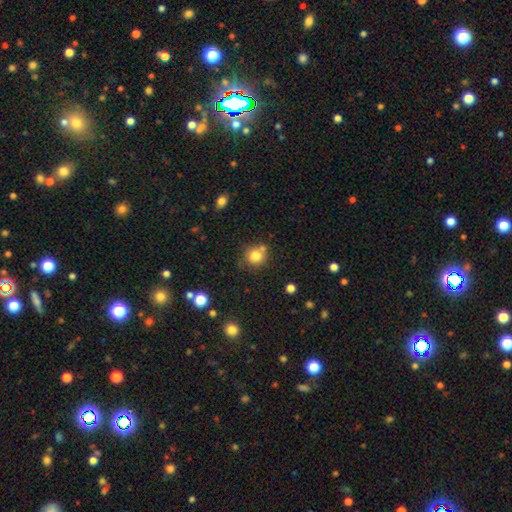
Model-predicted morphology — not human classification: smooth_or_featured: smooth (p=0.81) [alt: star or artifact p=0.12]
how_rounded: round (p=0.86) [alt: in between p=0.13]
merging: none (p=0.65) [alt: merger p=0.17]